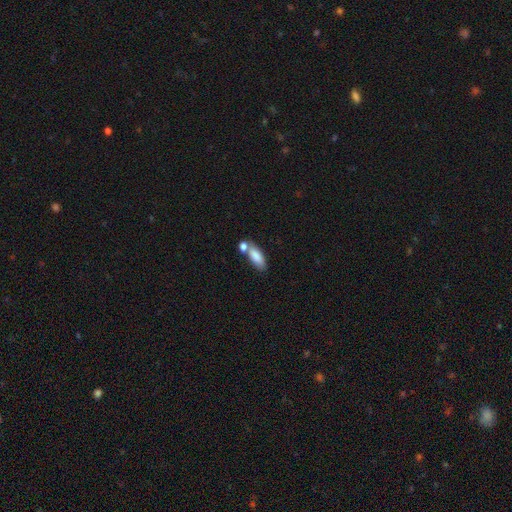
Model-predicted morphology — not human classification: A smooth galaxy with no disk features (83%) that is in between round and cigar-shaped (79%). Merging: none (47%).